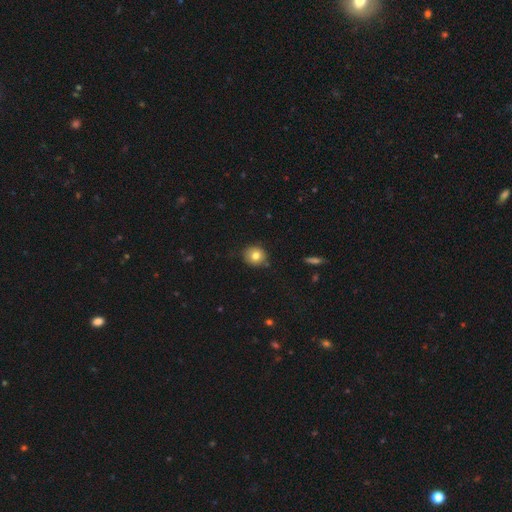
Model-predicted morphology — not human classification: Smooth or featured?
  - smooth: 79% *
  - featured or disk: 11%
  - star or artifact: 10%
How rounded?
  - round: 87% *
  - in between: 12%
  - cigar-shaped: 1%
Merging?
  - none: 84% *
  - minor disturbance: 12%
  - major disturbance: 2%
  - merger: 2%